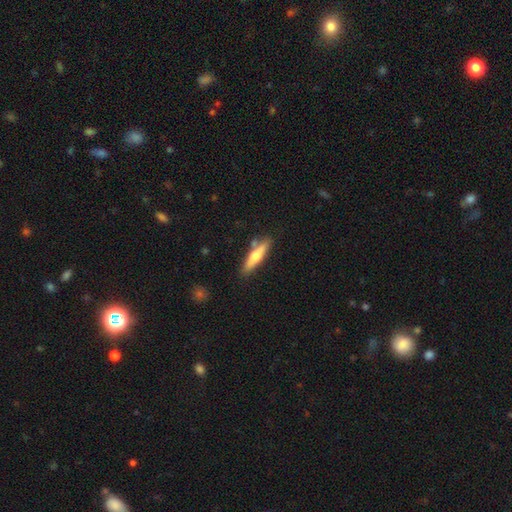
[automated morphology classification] Q: Smooth or featured?
A: smooth (55%); runner-up: featured or disk (40%)
Q: How rounded?
A: cigar-shaped (83%); runner-up: in between (16%)
Q: Merging?
A: none (79%); runner-up: minor disturbance (12%)